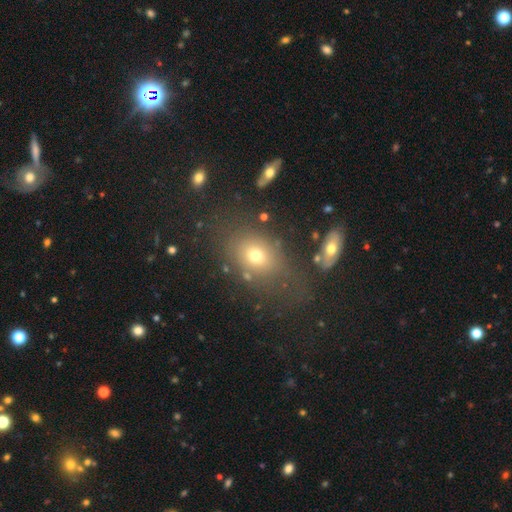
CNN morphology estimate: smooth_or_featured: smooth (p=0.68) [alt: star or artifact p=0.17]
how_rounded: in between (p=0.66) [alt: round p=0.32]
merging: none (p=0.64) [alt: minor disturbance p=0.16]